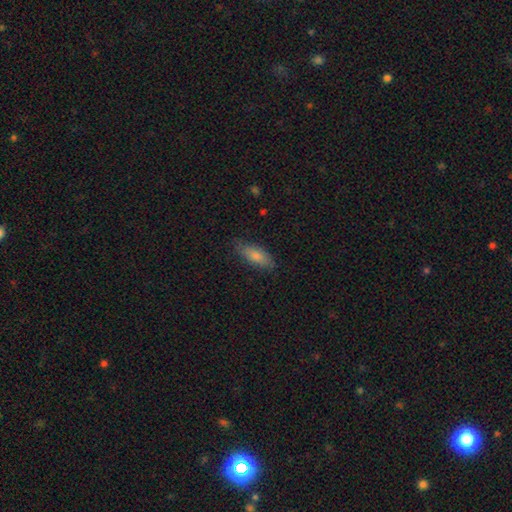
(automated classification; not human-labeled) This appears to be a smooth galaxy with no disk features (74%) that is in between round and cigar-shaped (66%). Merging: none (81%).